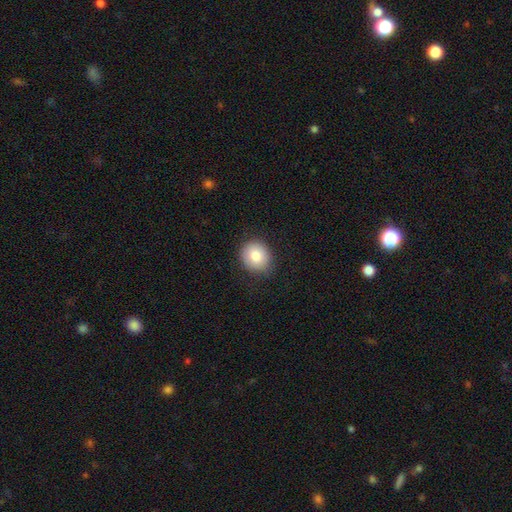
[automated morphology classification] This appears to be a smooth galaxy with no disk features (84%) that is round (78%). Merging: none (83%).